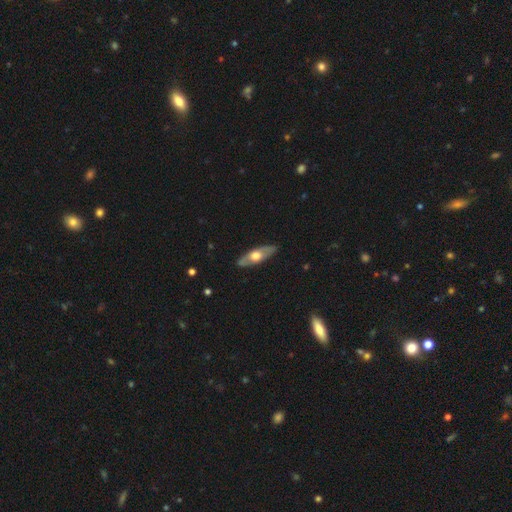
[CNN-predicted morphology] The model was most divided on "smooth or featured": featured or disk: 53%, smooth: 43%, star or artifact: 5%. More confident: merging — none (87%); edge-on disk — yes (57%).